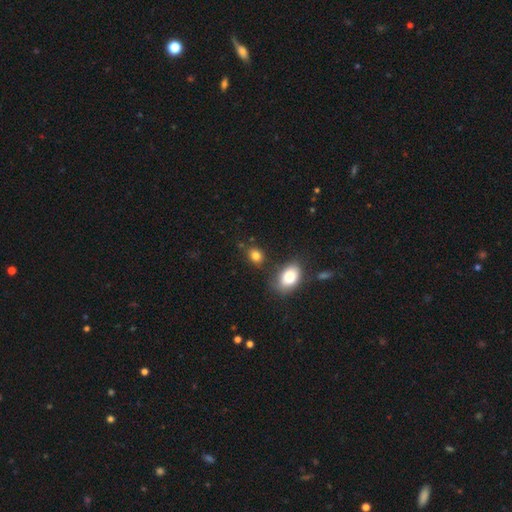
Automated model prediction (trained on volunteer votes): smooth-or-featured: smooth: 83% | star or artifact: 11% | featured or disk: 6%
  how-rounded: in between: 59% | round: 40% | cigar-shaped: 1%
  merging: none: 74% | minor disturbance: 13% | merger: 9% | major disturbance: 4%